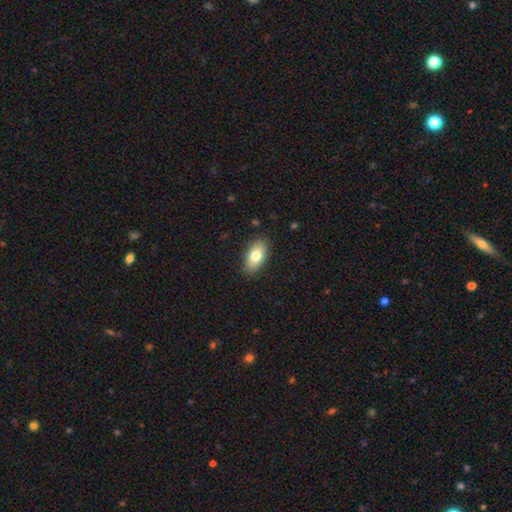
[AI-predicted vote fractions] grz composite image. It shows a smooth galaxy with no disk features (78%) that is in between round and cigar-shaped (90%). Merging: none (86%).